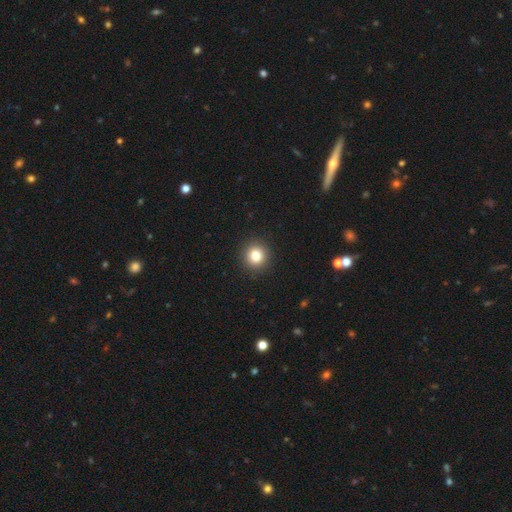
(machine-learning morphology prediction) A smooth galaxy with no disk features (81%) that is round (93%).

Vote fractions:
- Smooth or featured? smooth: 81% / star or artifact: 12% / featured or disk: 7%
- How rounded? round: 93% / in between: 6% / cigar-shaped: 1%
- Merging? none: 92% / minor disturbance: 5% / major disturbance: 2% / merger: 1%